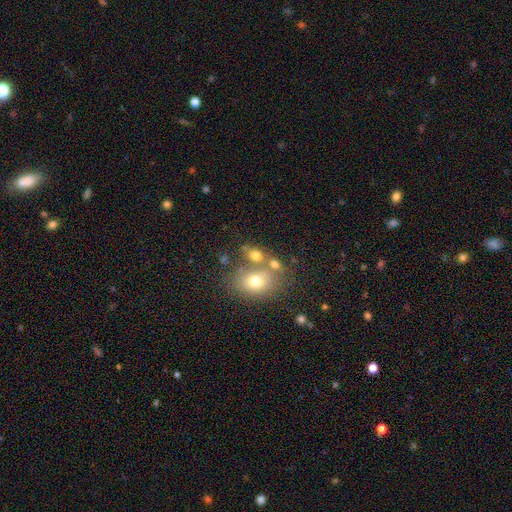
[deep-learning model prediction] Morphology: type=smooth (67%); roundness=in between (64%); merging=none (42%).